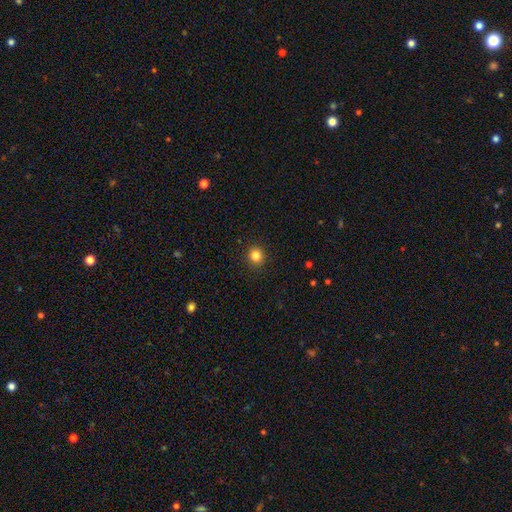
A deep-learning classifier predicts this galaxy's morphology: smooth_or_featured: smooth (p=0.83) [alt: star or artifact p=0.12]
how_rounded: round (p=0.90) [alt: in between p=0.09]
merging: none (p=0.91) [alt: minor disturbance p=0.06]